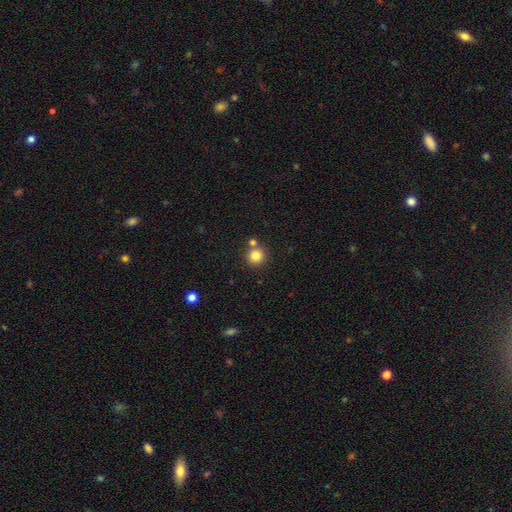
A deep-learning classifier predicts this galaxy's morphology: This appears to be a smooth galaxy with no disk features (82%) that is round (94%). Merging: none (74%).